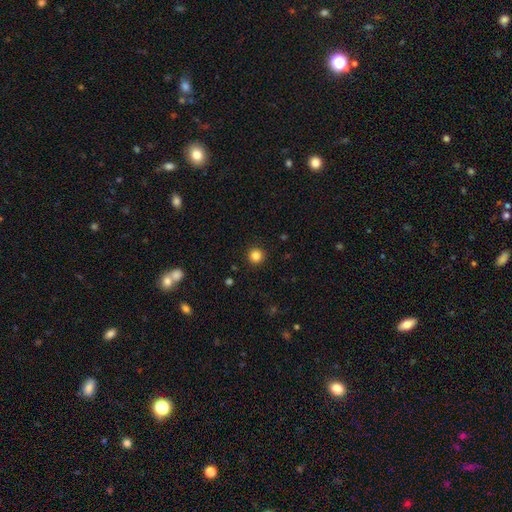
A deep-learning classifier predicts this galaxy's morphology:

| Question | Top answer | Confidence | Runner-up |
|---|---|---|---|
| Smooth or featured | smooth | 84% | star or artifact (12%) |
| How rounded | round | 96% | in between (3%) |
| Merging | none | 93% | minor disturbance (5%) |